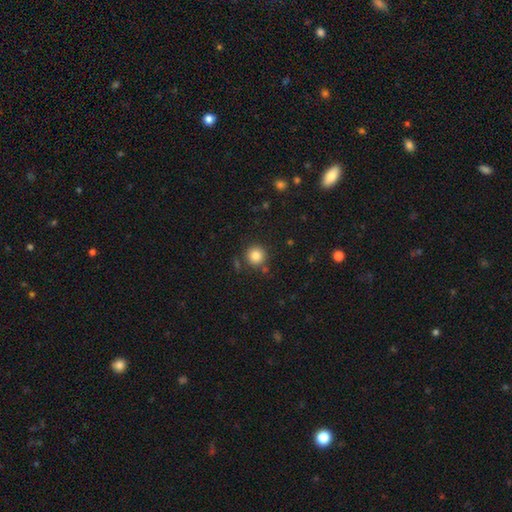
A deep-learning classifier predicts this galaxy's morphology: Smooth or featured: smooth — 84% (star or artifact — 11%)
How rounded: round — 94% (in between — 5%)
Merging: none — 85% (minor disturbance — 8%)